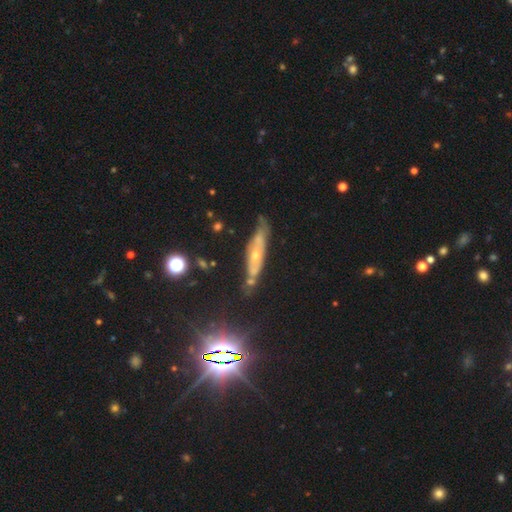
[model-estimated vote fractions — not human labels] Smooth or featured? Predicted: featured or disk (p=0.63). Edge-on disk? Predicted: yes (p=0.52). Merging? Predicted: none (p=0.63).